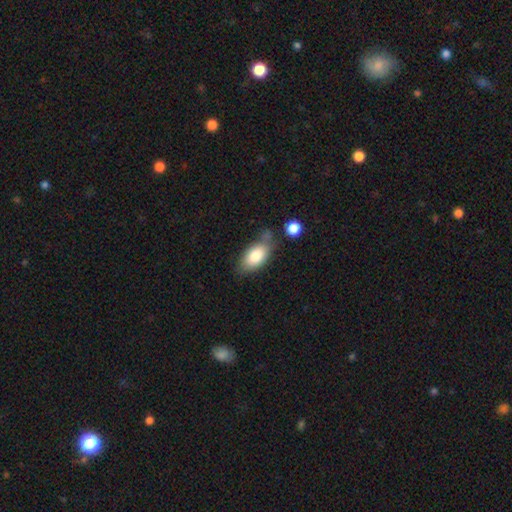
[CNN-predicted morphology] A smooth galaxy with no disk features (82%) that is in between round and cigar-shaped (91%). Merging: none (54%).